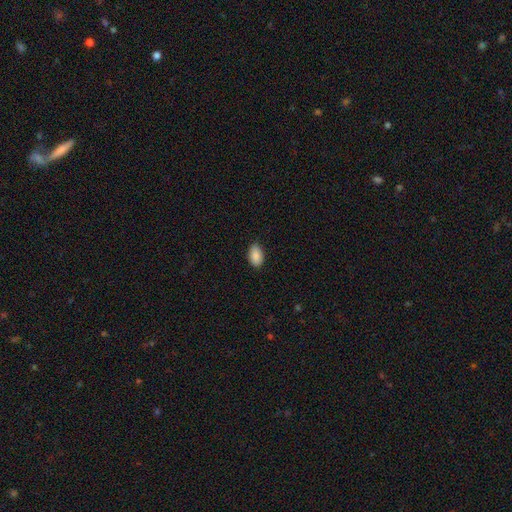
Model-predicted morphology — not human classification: Q: Smooth or featured?
A: smooth (89%); runner-up: star or artifact (7%)
Q: How rounded?
A: in between (92%); runner-up: round (6%)
Q: Merging?
A: none (83%); runner-up: minor disturbance (14%)